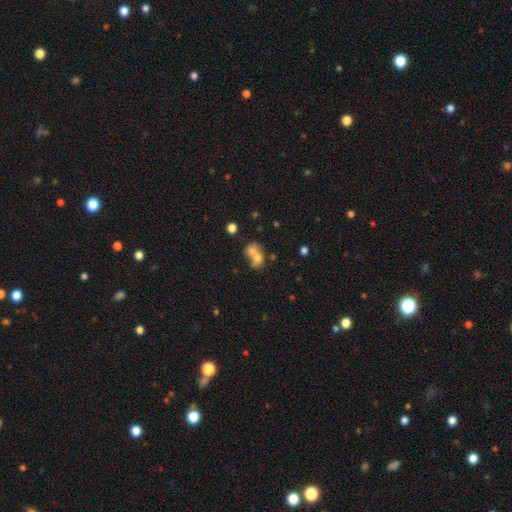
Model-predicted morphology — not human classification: A smooth galaxy with no disk features (64%) that is round (55%). Merging: merger (69%).